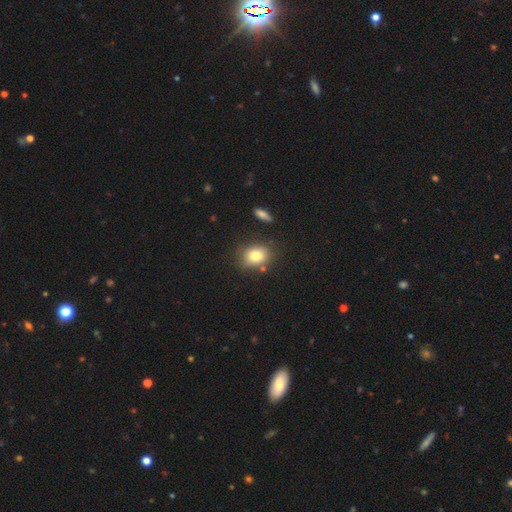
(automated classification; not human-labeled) The model was most divided on "how rounded": in between: 55%, round: 44%, cigar-shaped: 1%. More confident: smooth or featured — smooth (80%); merging — none (73%).